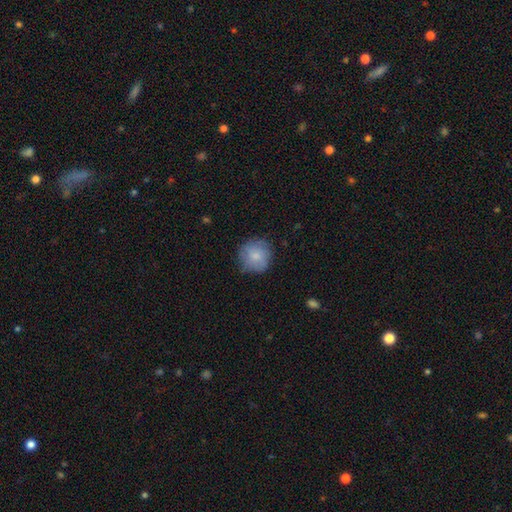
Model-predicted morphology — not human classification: smooth-or-featured: smooth: 77% | featured or disk: 16% | star or artifact: 7%
  how-rounded: round: 92% | in between: 7% | cigar-shaped: 1%
  merging: none: 75% | minor disturbance: 19% | major disturbance: 5% | merger: 1%